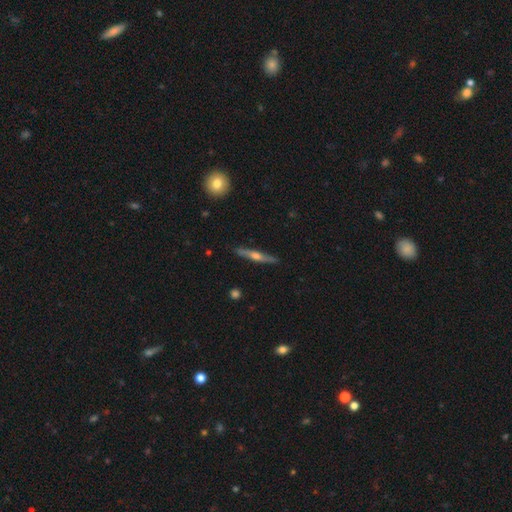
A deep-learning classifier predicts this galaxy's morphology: smooth_or_featured: featured or disk (p=0.65) [alt: smooth p=0.29]
disk_edge_on: yes (p=0.96) [alt: no p=0.04]
edge_on_bulge: rounded (p=0.89) [alt: none p=0.07]
merging: none (p=0.88) [alt: minor disturbance p=0.09]